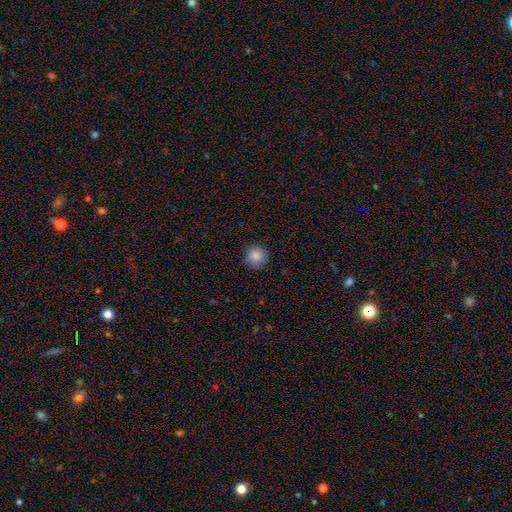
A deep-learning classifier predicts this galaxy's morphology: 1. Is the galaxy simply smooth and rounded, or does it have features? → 87% smooth, 9% star or artifact, 4% featured or disk.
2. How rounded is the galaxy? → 95% round, 4% in between, 1% cigar-shaped.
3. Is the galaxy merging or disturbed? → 89% none, 8% minor disturbance, 2% major disturbance, 1% merger.